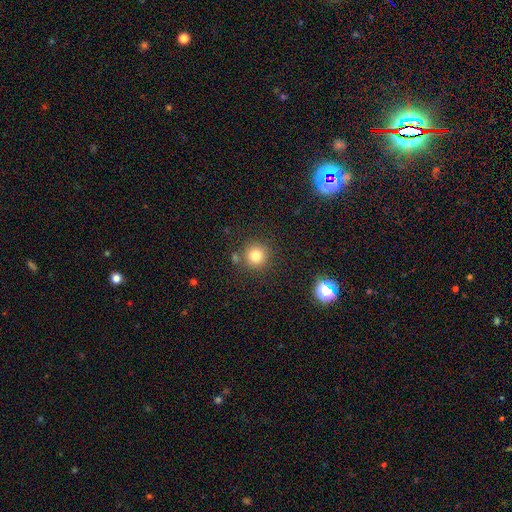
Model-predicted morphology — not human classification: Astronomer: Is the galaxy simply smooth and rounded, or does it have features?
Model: smooth — 82%.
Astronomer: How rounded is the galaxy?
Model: round — 94%.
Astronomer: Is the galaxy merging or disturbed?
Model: none — 82%.